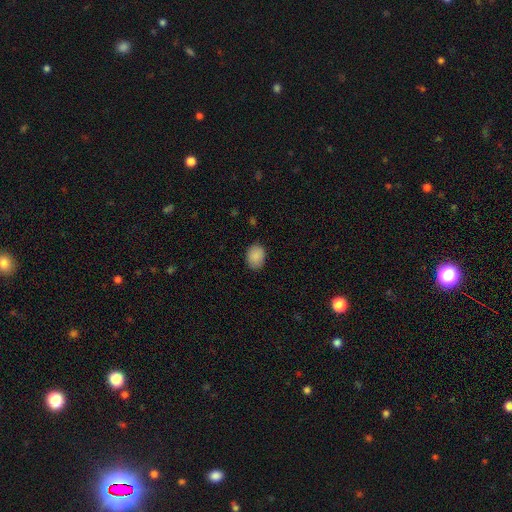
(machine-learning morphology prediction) Q: Smooth or featured?
A: smooth (89%); runner-up: star or artifact (8%)
Q: How rounded?
A: in between (63%); runner-up: round (36%)
Q: Merging?
A: none (83%); runner-up: minor disturbance (13%)